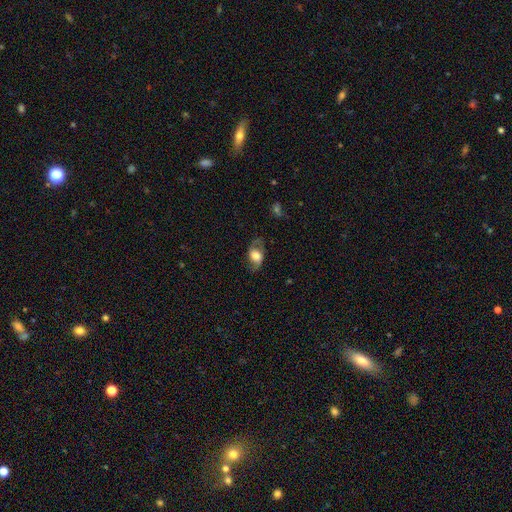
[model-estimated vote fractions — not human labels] Smooth or featured: featured or disk — 49% (smooth — 42%)
Merging: none — 64% (minor disturbance — 20%)